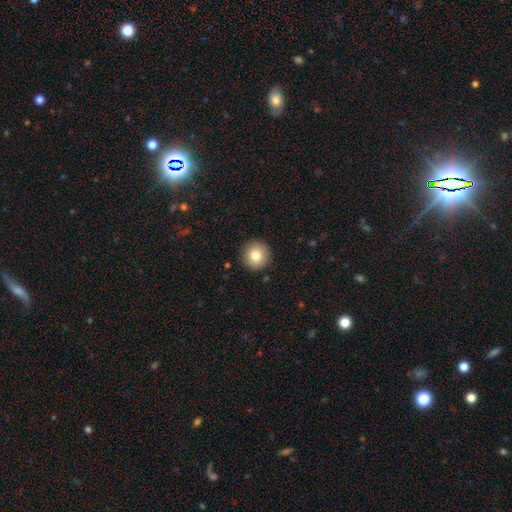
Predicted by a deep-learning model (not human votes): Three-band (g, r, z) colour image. It shows a smooth galaxy with no disk features (81%) that is round (96%). Merging: none (92%).